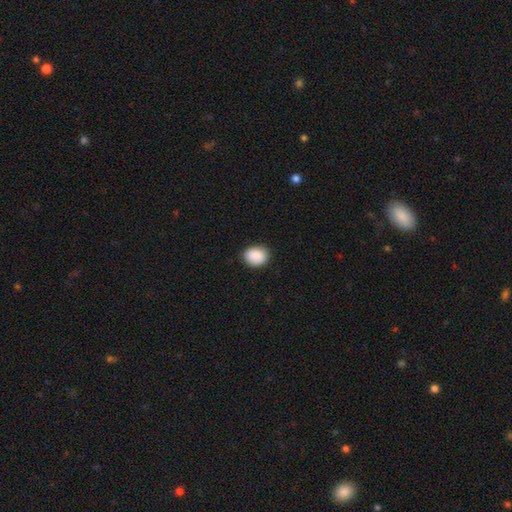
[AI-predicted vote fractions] Q: Smooth or featured?
A: smooth (90%); runner-up: star or artifact (7%)
Q: How rounded?
A: in between (50%); runner-up: round (49%)
Q: Merging?
A: none (86%); runner-up: minor disturbance (10%)